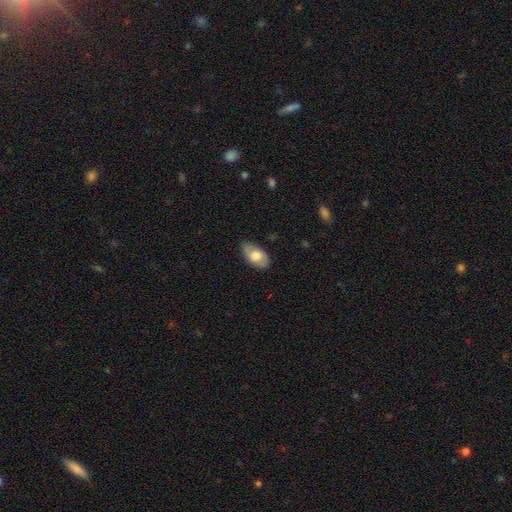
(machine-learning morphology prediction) Smooth or featured? smooth (67%)
How rounded? in between (93%)
Merging? none (80%)